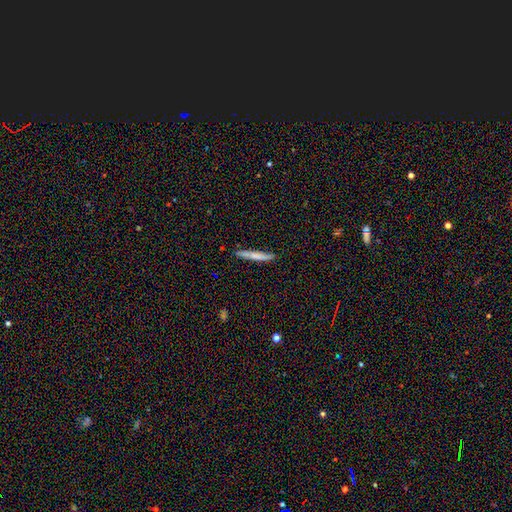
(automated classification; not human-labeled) A smooth galaxy with no disk features (63%) that is cigar-shaped (95%). Merging: none (88%).